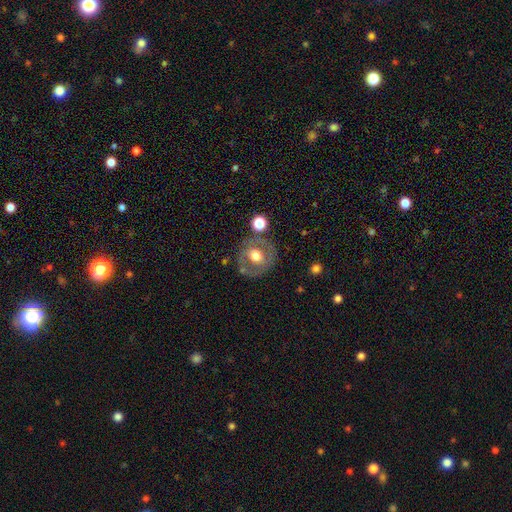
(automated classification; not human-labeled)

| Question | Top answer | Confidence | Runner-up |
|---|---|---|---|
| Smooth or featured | featured or disk | 51% | smooth (41%) |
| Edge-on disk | no | 95% | yes (5%) |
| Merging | none | 74% | minor disturbance (15%) |